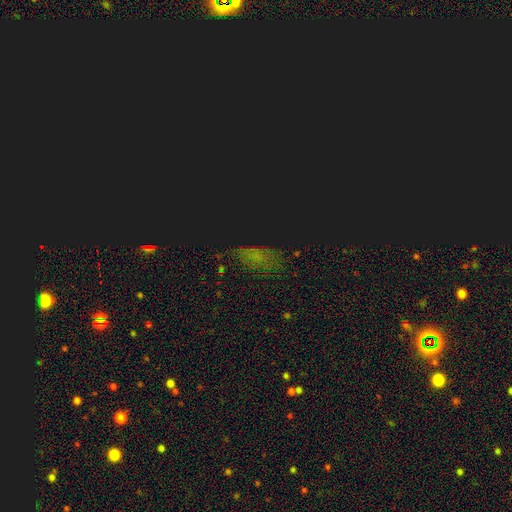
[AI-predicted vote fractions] Morphology: type=star or artifact (52%).